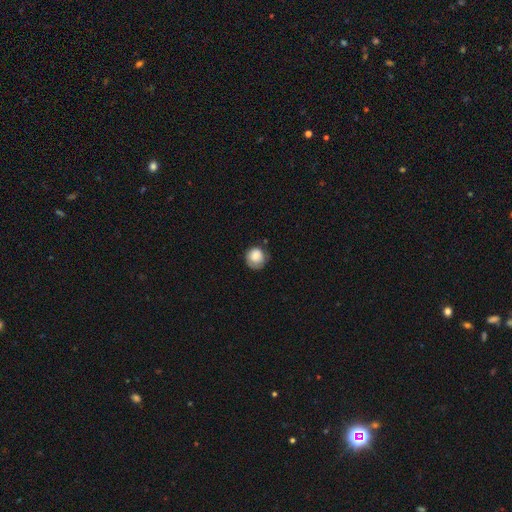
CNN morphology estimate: smooth 83%, featured or disk 9%, star or artifact 8%. Down the decision tree: how rounded — round (92%); merging — none (69%).